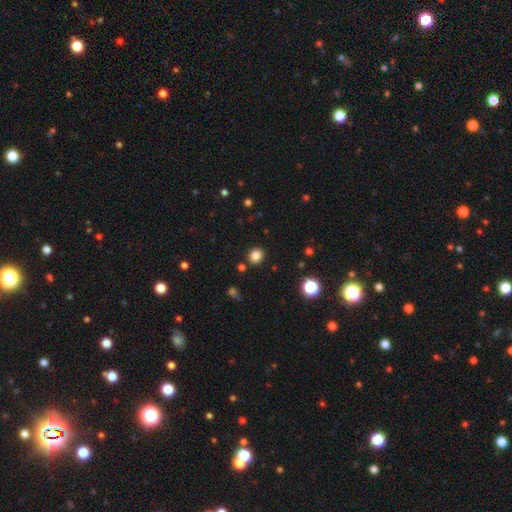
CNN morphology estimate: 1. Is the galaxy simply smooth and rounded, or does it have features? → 84% smooth, 13% star or artifact, 4% featured or disk.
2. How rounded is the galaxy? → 82% round, 17% in between, 1% cigar-shaped.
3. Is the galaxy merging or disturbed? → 89% none, 6% minor disturbance, 3% merger, 2% major disturbance.